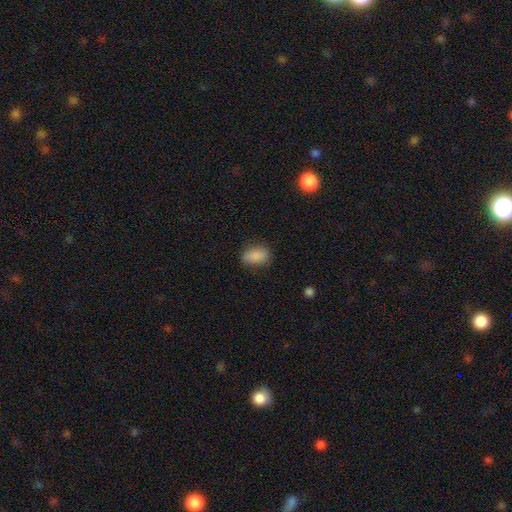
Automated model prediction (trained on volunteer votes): Smooth or featured? Predicted: smooth (p=0.87). How rounded? Predicted: in between (p=0.85). Merging? Predicted: none (p=0.77).